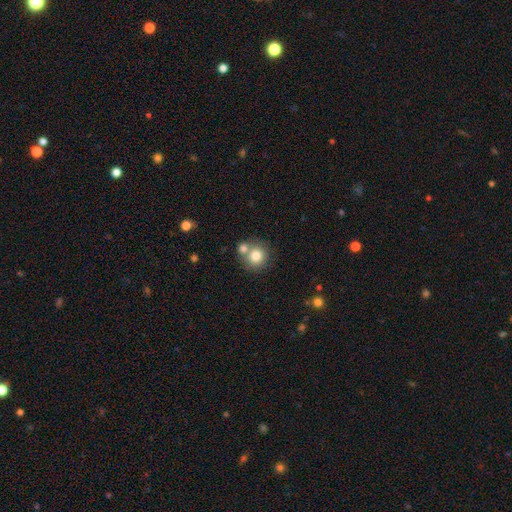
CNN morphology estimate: Smooth or featured? Predicted: smooth (p=0.78). How rounded? Predicted: round (p=0.88). Merging? Predicted: none (p=0.55).